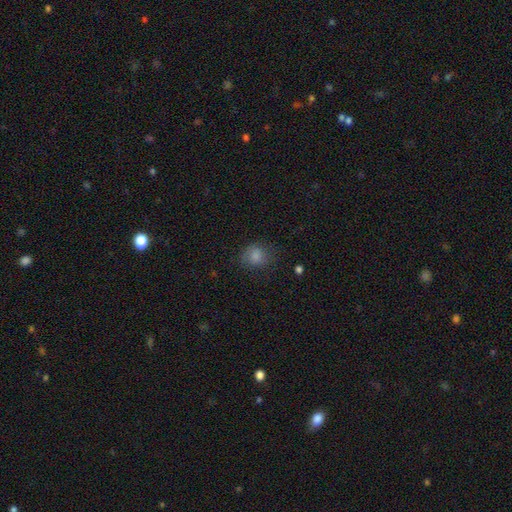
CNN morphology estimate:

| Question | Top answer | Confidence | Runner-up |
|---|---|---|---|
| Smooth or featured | smooth | 82% | star or artifact (11%) |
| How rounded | round | 71% | in between (28%) |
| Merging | none | 70% | minor disturbance (20%) |